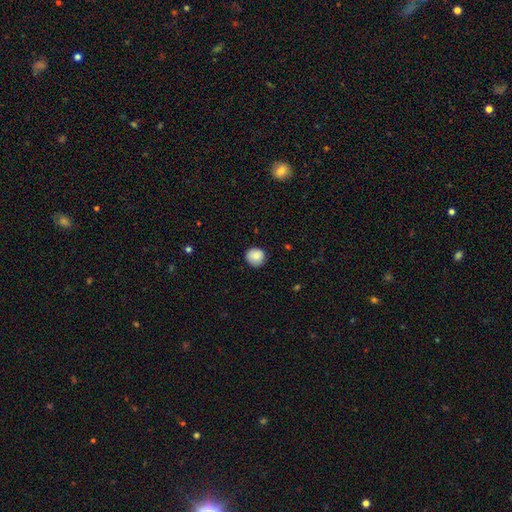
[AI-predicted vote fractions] smooth-or-featured: smooth: 85% | star or artifact: 8% | featured or disk: 7%
  how-rounded: round: 92% | in between: 7% | cigar-shaped: 1%
  merging: none: 86% | minor disturbance: 11% | major disturbance: 2% | merger: 1%